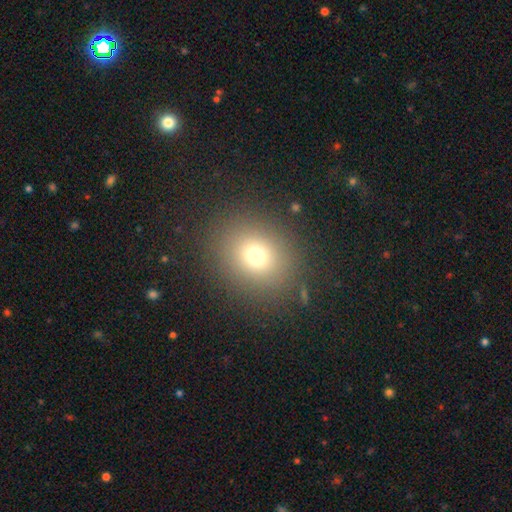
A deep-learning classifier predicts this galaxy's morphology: This is likely a smooth galaxy (73%). How rounded: likely round (71%). Merging: clearly none (87%).